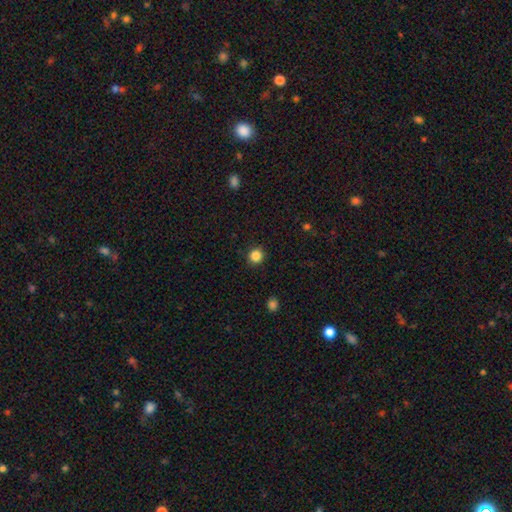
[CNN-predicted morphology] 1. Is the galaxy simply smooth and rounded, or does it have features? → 85% smooth, 11% star or artifact, 3% featured or disk.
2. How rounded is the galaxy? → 93% round, 6% in between, 1% cigar-shaped.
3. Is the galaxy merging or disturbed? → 92% none, 5% minor disturbance, 2% major disturbance, 1% merger.